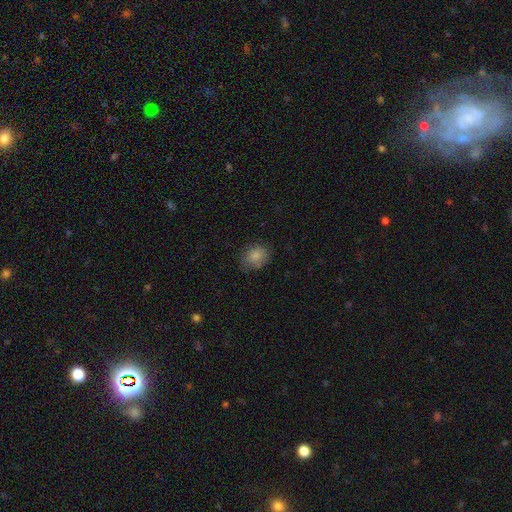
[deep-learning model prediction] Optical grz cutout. It shows a smooth galaxy with no disk features (84%) that is round (53%). Merging: none (71%).